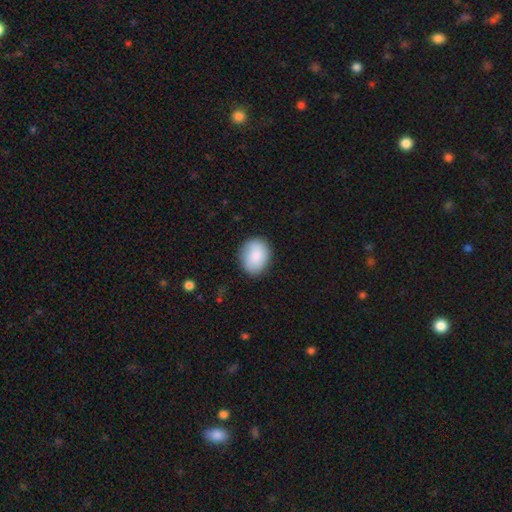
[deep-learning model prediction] Smooth or featured?
  - smooth: 83% *
  - featured or disk: 10%
  - star or artifact: 7%
How rounded?
  - round: 51% *
  - in between: 48%
  - cigar-shaped: 1%
Merging?
  - none: 85% *
  - minor disturbance: 11%
  - major disturbance: 3%
  - merger: 1%